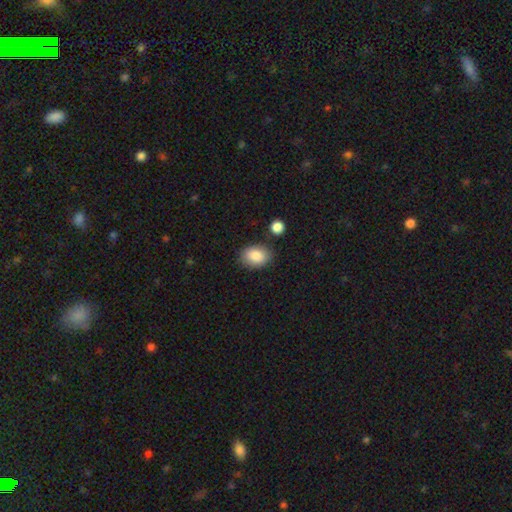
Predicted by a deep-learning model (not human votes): This is clearly a smooth galaxy (86%). How rounded: likely in between (77%). Merging: likely none (80%).